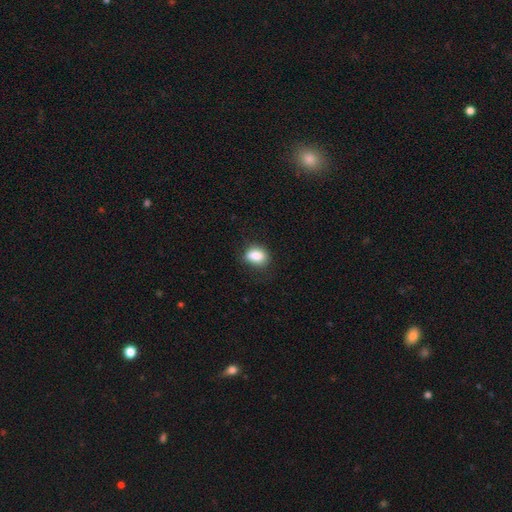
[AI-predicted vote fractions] Smooth or featured?
  - smooth: 84% *
  - star or artifact: 9%
  - featured or disk: 7%
How rounded?
  - in between: 68% *
  - round: 30%
  - cigar-shaped: 2%
Merging?
  - none: 72% *
  - minor disturbance: 21%
  - major disturbance: 5%
  - merger: 2%